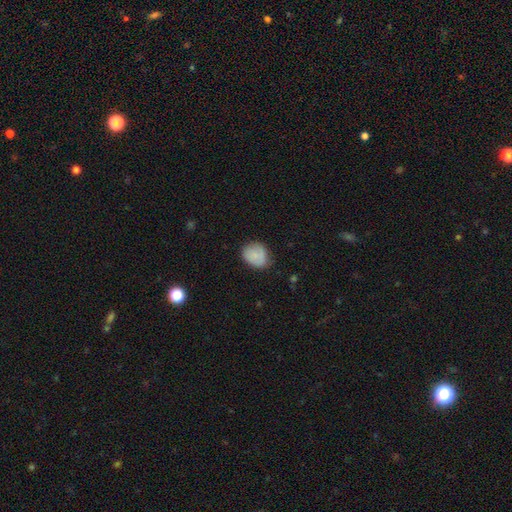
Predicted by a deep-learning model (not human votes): Smooth or featured? Predicted: smooth (p=0.81). How rounded? Predicted: round (p=0.51). Merging? Predicted: none (p=0.69).